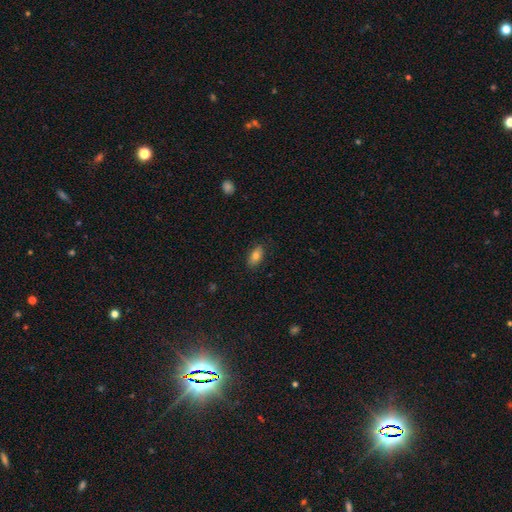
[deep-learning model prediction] Overall: smooth (80%). How rounded: in between (89%). Merging: none (84%).